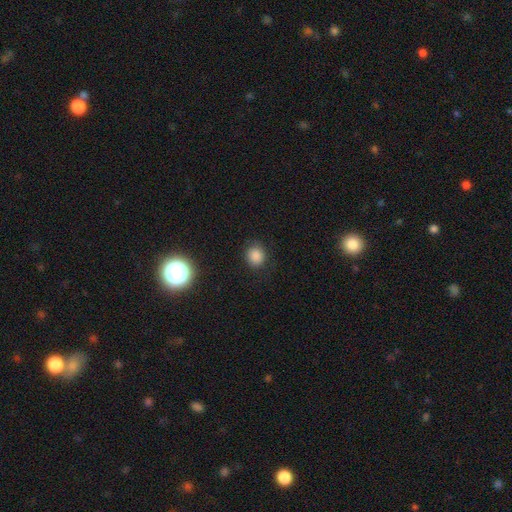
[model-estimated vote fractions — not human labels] smooth_or_featured: smooth (p=0.83) [alt: star or artifact p=0.12]
how_rounded: round (p=0.76) [alt: in between p=0.23]
merging: none (p=0.83) [alt: minor disturbance p=0.12]